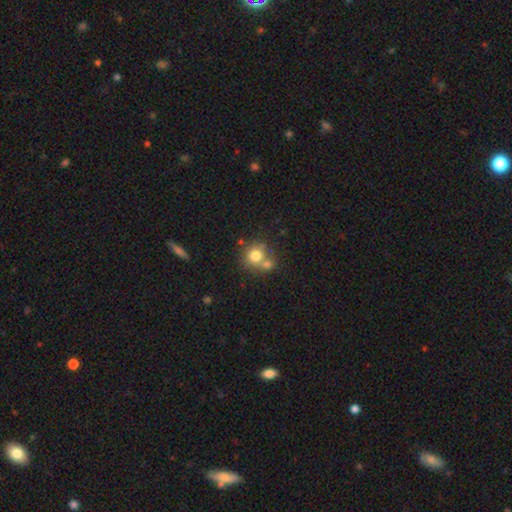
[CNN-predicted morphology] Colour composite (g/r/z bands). It shows a smooth galaxy with no disk features (75%) that is round (85%). Merging: none (50%).